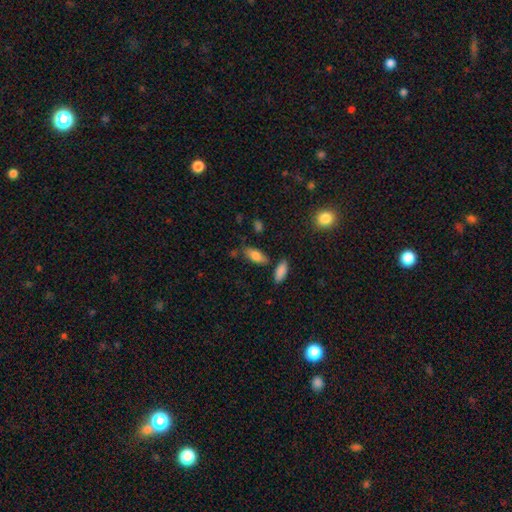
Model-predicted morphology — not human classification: Smooth or featured? smooth (81%)
How rounded? in between (81%)
Merging? none (73%)